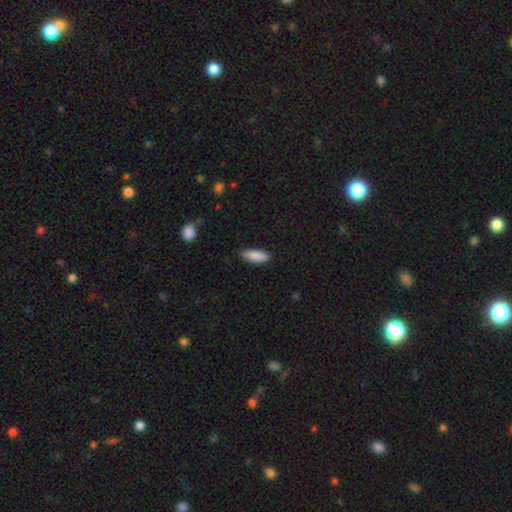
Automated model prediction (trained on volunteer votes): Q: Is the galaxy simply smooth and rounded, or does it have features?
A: smooth — 87%.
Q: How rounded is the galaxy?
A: in between — 64%.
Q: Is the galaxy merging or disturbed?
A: none — 84%.